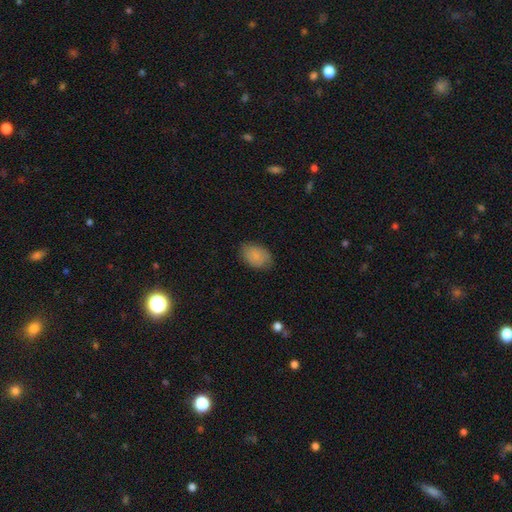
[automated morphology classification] Smooth or featured?
  - smooth: 85% *
  - featured or disk: 7%
  - star or artifact: 7%
How rounded?
  - in between: 87% *
  - round: 12%
  - cigar-shaped: 1%
Merging?
  - none: 80% *
  - minor disturbance: 16%
  - major disturbance: 4%
  - merger: 1%